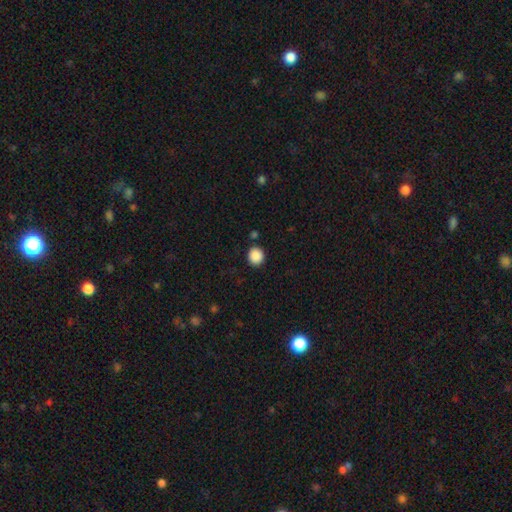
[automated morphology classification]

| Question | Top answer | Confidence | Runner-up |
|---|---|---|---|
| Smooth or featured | smooth | 88% | star or artifact (9%) |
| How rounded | round | 84% | in between (15%) |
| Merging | none | 87% | minor disturbance (7%) |